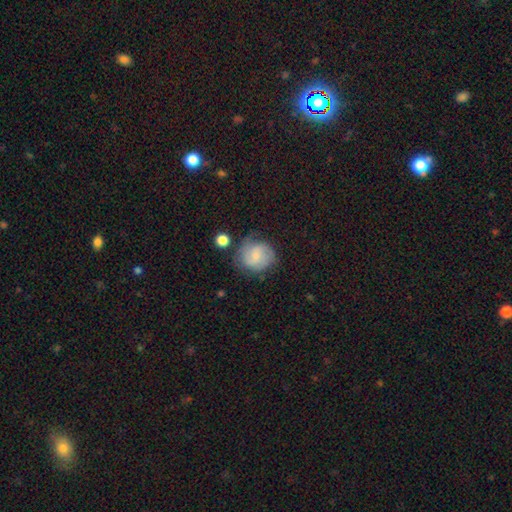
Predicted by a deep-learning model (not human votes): featured or disk 49%, smooth 43%, star or artifact 8%. Down the decision tree: merging — none (65%).